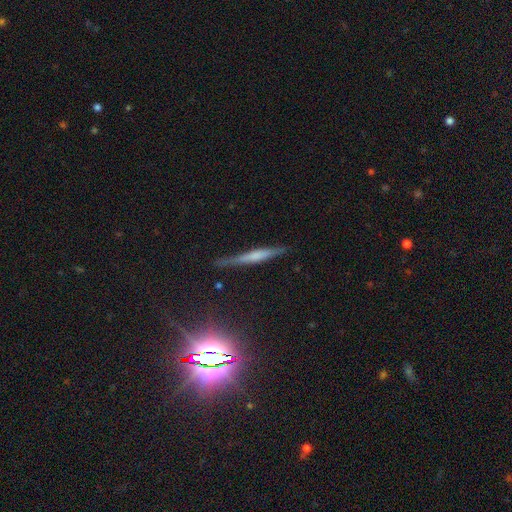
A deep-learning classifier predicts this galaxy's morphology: Overall: featured or disk (52%; smooth 38%). Edge-on disk: yes (96%). Merging: none (82%).